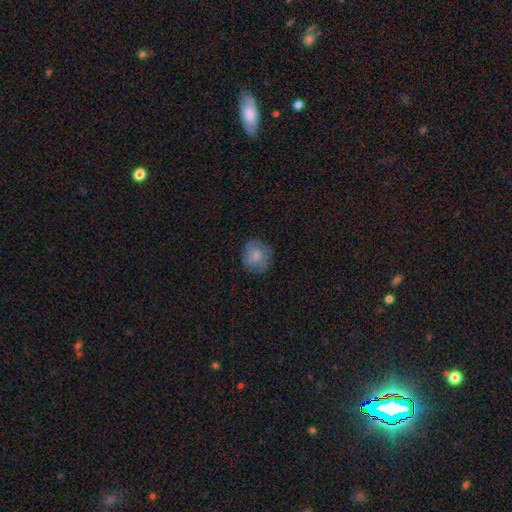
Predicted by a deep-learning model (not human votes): A smooth galaxy with no disk features (75%) that is round (80%).

Vote fractions:
- Smooth or featured? smooth: 75% / featured or disk: 17% / star or artifact: 8%
- How rounded? round: 80% / in between: 19% / cigar-shaped: 1%
- Merging? none: 75% / minor disturbance: 18% / major disturbance: 6% / merger: 1%